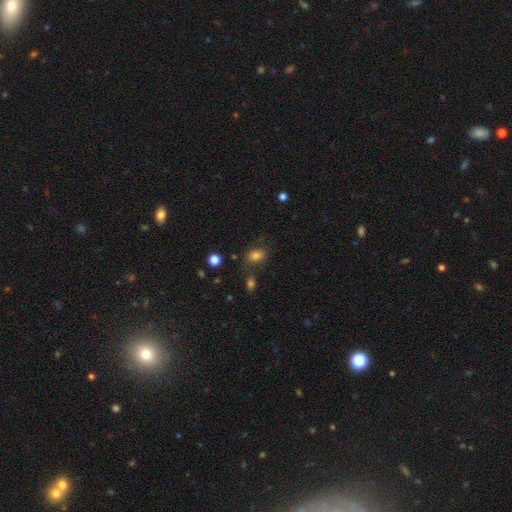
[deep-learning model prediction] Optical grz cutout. It shows a smooth galaxy with no disk features (77%) that is in between round and cigar-shaped (72%). Merging: none (70%).